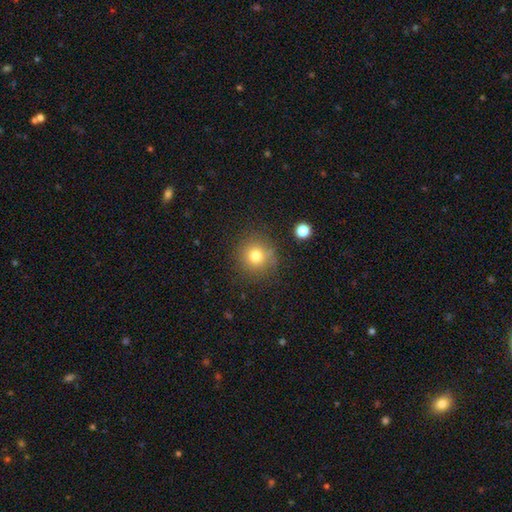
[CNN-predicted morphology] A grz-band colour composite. It shows a smooth galaxy with no disk features (77%) that is round (92%). Merging: none (82%).